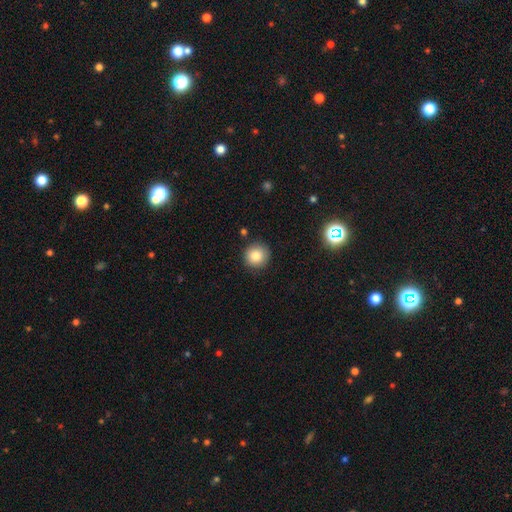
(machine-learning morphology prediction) Q: Smooth or featured?
A: smooth (84%); runner-up: star or artifact (10%)
Q: How rounded?
A: round (92%); runner-up: in between (7%)
Q: Merging?
A: none (88%); runner-up: minor disturbance (8%)